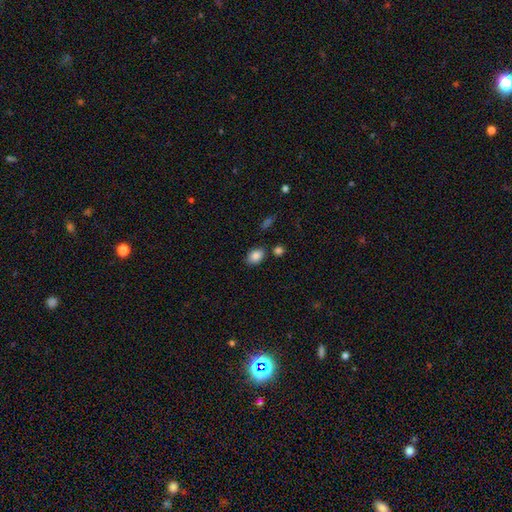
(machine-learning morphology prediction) Smooth or featured? smooth (85%)
How rounded? in between (81%)
Merging? none (79%)